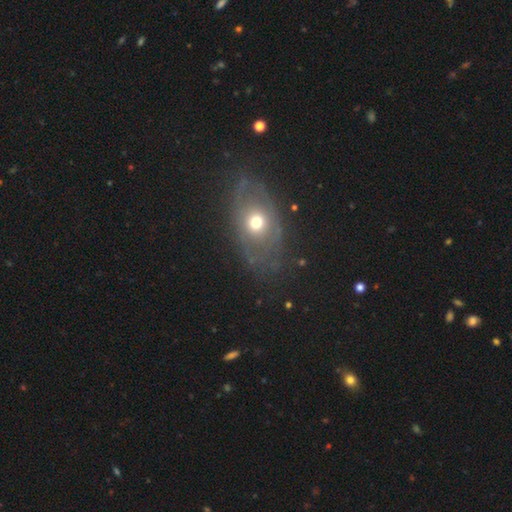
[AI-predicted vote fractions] smooth_or_featured: featured or disk (p=0.51) [alt: smooth p=0.35]
disk_edge_on: no (p=0.87) [alt: yes p=0.13]
merging: none (p=0.75) [alt: minor disturbance p=0.17]